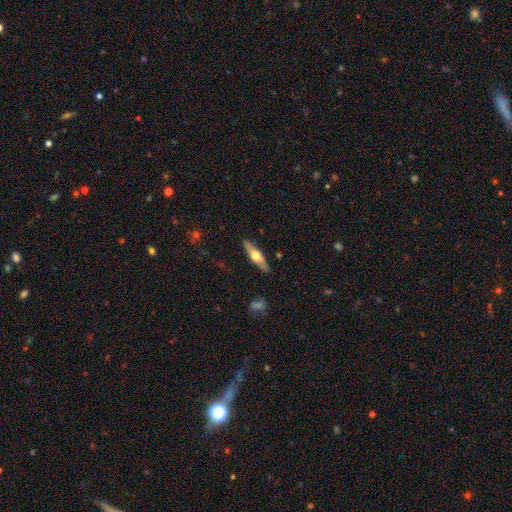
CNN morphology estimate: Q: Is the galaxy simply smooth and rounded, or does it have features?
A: featured or disk — 53%.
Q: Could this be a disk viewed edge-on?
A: yes — 90%.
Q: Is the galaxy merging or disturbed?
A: none — 88%.